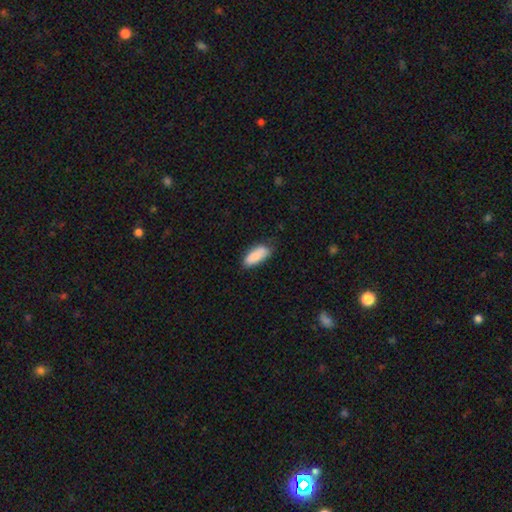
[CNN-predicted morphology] Smooth or featured? smooth (87%)
How rounded? in between (79%)
Merging? none (70%)